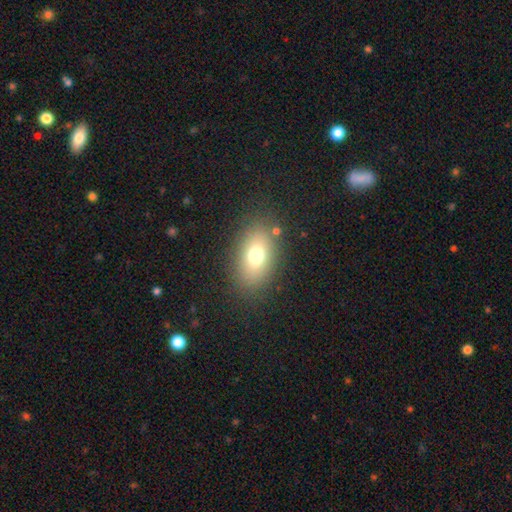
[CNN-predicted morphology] A smooth galaxy with no disk features (73%) that is in between round and cigar-shaped (82%). Merging: none (83%).